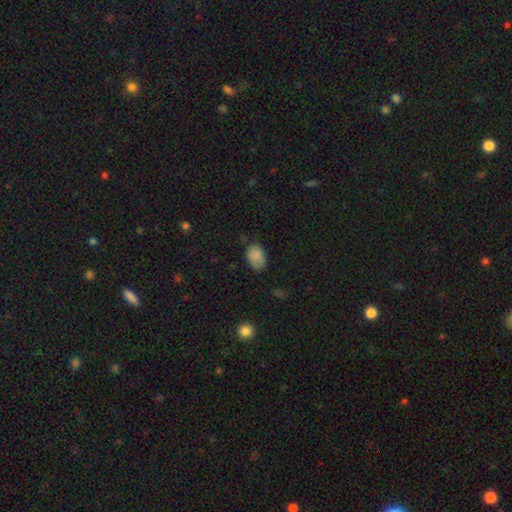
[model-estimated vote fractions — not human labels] smooth_or_featured: smooth (p=0.85) [alt: star or artifact p=0.09]
how_rounded: in between (p=0.85) [alt: round p=0.14]
merging: none (p=0.66) [alt: minor disturbance p=0.27]